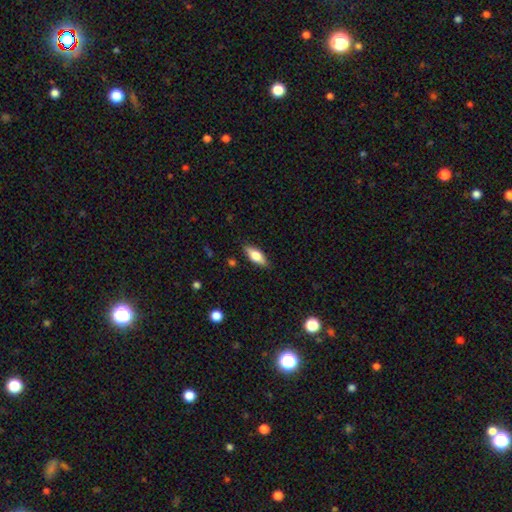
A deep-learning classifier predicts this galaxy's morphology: A smooth galaxy with no disk features (67%) that is in between round and cigar-shaped (75%). Merging: none (87%).